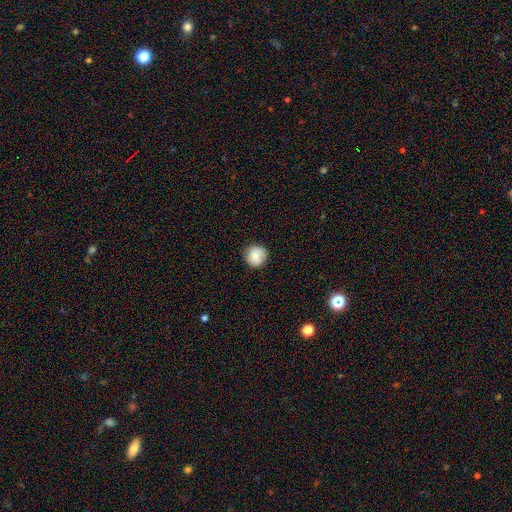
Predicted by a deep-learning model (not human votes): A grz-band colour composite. It shows a smooth galaxy with no disk features (78%) that is round (93%). Merging: none (85%).